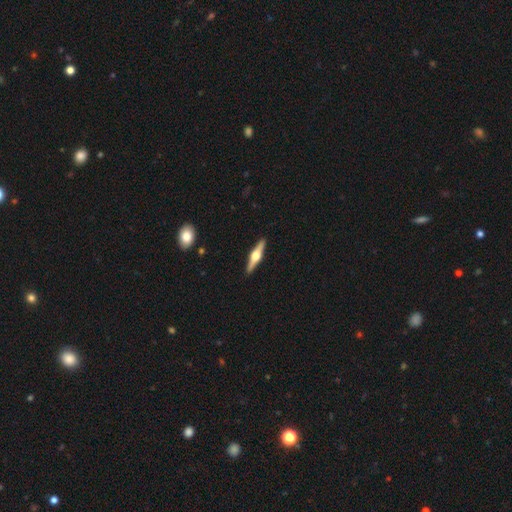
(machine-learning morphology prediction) type=featured or disk (75%); edge-on=yes (98%); edge-on bulge=rounded (95%); merging=none (91%).